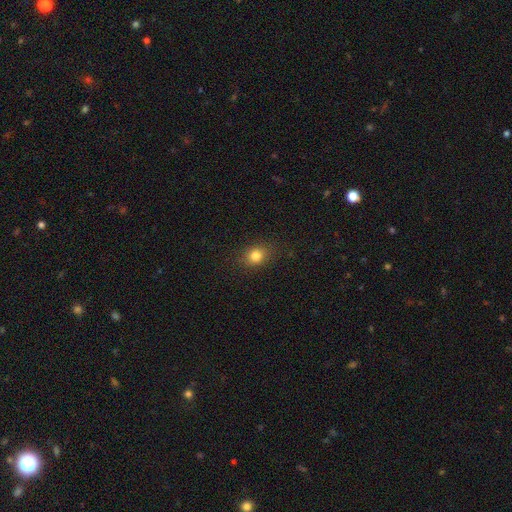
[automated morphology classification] smooth 81%, star or artifact 12%, featured or disk 7%. Down the decision tree: how rounded — round (57%); merging — none (85%).